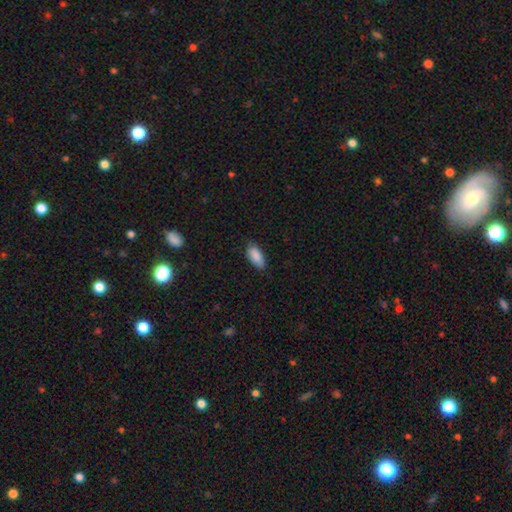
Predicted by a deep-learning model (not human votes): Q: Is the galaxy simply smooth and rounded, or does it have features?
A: smooth — 89%.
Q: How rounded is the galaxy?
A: in between — 90%.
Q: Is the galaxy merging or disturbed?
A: none — 79%.